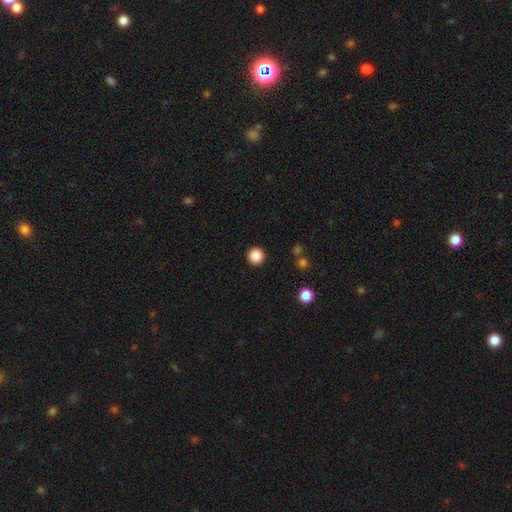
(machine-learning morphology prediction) A smooth galaxy with no disk features (87%) that is round (95%). Merging: none (93%).